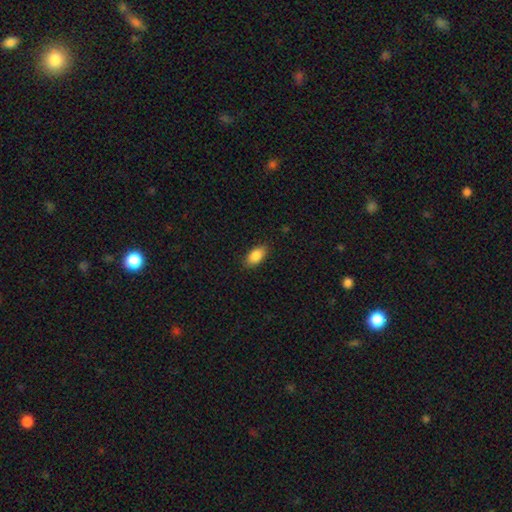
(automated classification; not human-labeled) smooth-or-featured: smooth: 87% | star or artifact: 7% | featured or disk: 5%
  how-rounded: in between: 92% | cigar-shaped: 4% | round: 4%
  merging: none: 86% | minor disturbance: 10% | major disturbance: 2% | merger: 1%